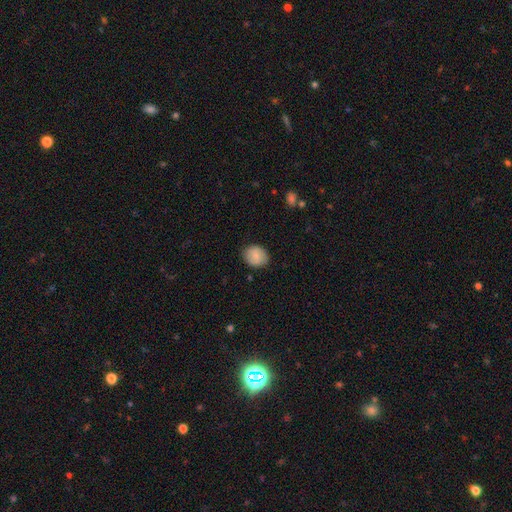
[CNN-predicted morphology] Smooth or featured? Predicted: smooth (p=0.76). How rounded? Predicted: round (p=0.59). Merging? Predicted: none (p=0.84).